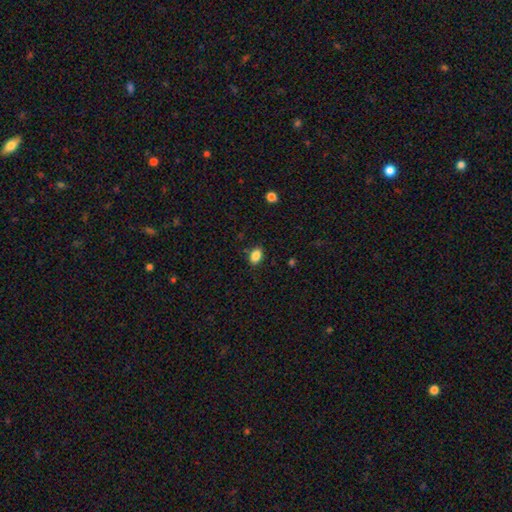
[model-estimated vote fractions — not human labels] smooth-or-featured: smooth: 86% | star or artifact: 9% | featured or disk: 5%
  how-rounded: in between: 82% | round: 17% | cigar-shaped: 1%
  merging: none: 84% | minor disturbance: 11% | major disturbance: 2% | merger: 2%